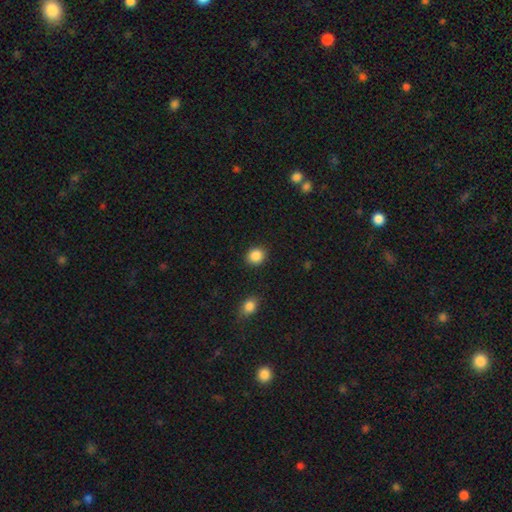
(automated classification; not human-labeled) This appears to be a smooth galaxy with no disk features (88%) that is round (83%). Merging: none (90%).